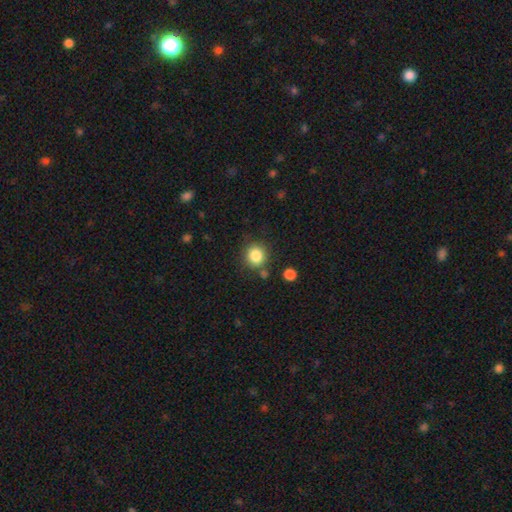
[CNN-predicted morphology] smooth_or_featured: smooth (p=0.84) [alt: star or artifact p=0.10]
how_rounded: round (p=0.90) [alt: in between p=0.10]
merging: none (p=0.80) [alt: minor disturbance p=0.10]